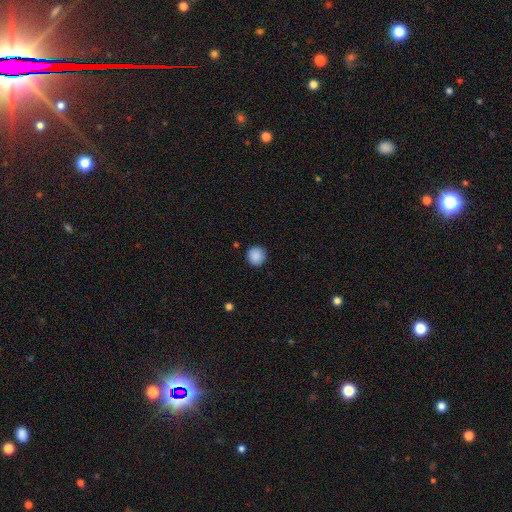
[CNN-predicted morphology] Smooth or featured?
  - smooth: 89% *
  - star or artifact: 8%
  - featured or disk: 2%
How rounded?
  - round: 94% *
  - in between: 5%
  - cigar-shaped: 1%
Merging?
  - none: 91% *
  - minor disturbance: 6%
  - major disturbance: 2%
  - merger: 1%